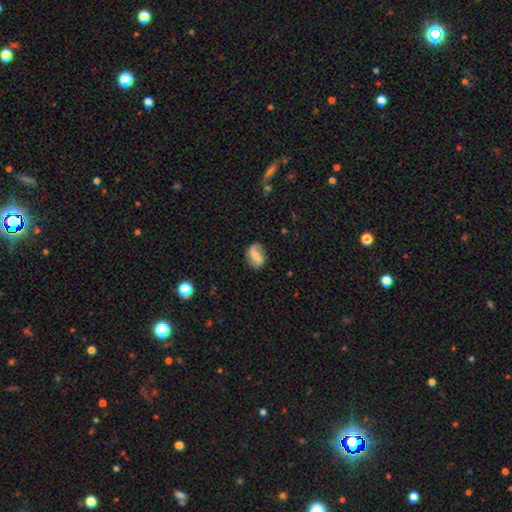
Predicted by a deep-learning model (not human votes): smooth 54%, featured or disk 37%, star or artifact 8%. Down the decision tree: how rounded — in between (77%); merging — none (75%).